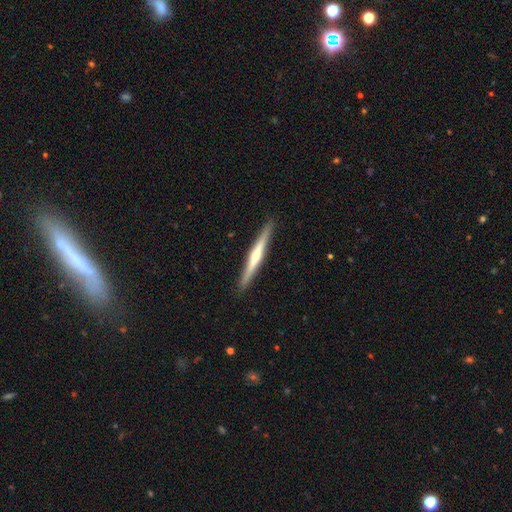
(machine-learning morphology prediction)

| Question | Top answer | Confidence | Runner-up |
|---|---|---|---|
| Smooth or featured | featured or disk | 61% | smooth (33%) |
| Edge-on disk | yes | 98% | no (2%) |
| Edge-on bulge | rounded | 58% | none (30%) |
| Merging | none | 91% | minor disturbance (7%) |